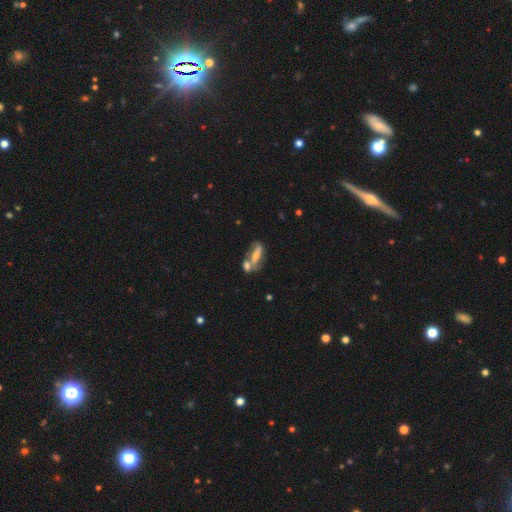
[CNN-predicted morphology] A smooth galaxy with no disk features (50%). Merging: merger (50%).